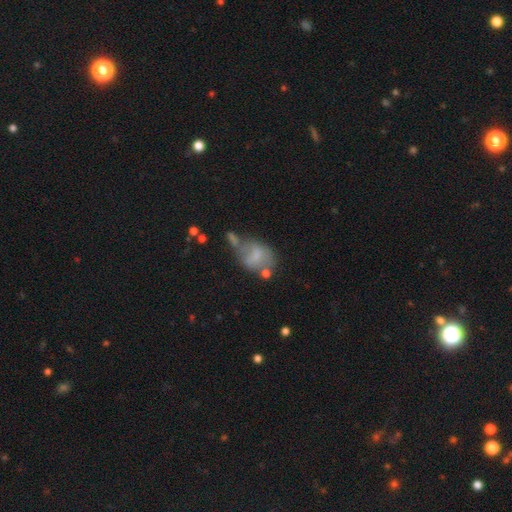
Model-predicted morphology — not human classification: smooth_or_featured: smooth (p=0.53) [alt: featured or disk p=0.36]
how_rounded: in between (p=0.73) [alt: round p=0.25]
merging: none (p=0.30) [alt: merger p=0.24]